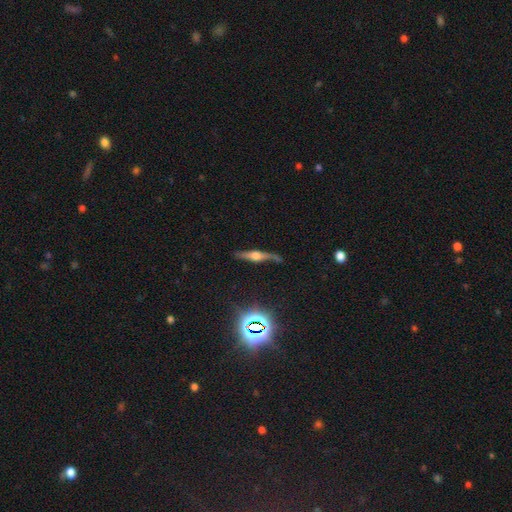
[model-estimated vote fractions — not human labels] Overall: featured or disk (68%). Edge-on disk: yes (91%). Edge-on bulge: rounded (89%). Merging: none (70%).